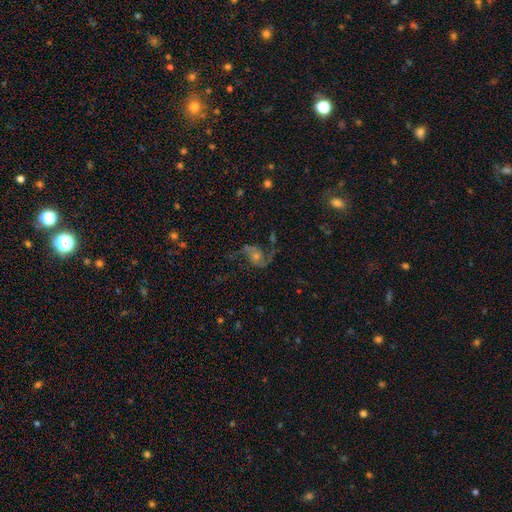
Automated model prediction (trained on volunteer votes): Smooth or featured: featured or disk — 80% (star or artifact — 11%)
Edge-on disk: no — 97% (yes — 3%)
Bar: no — 65% (weak — 27%)
Spiral arms: yes — 95% (no — 5%)
Spiral winding: loose — 50% (medium — 41%)
Spiral arm count: 2 — 88% (1 — 5%)
Bulge size: moderate — 49% (small — 41%)
Merging: none — 65% (major disturbance — 16%)